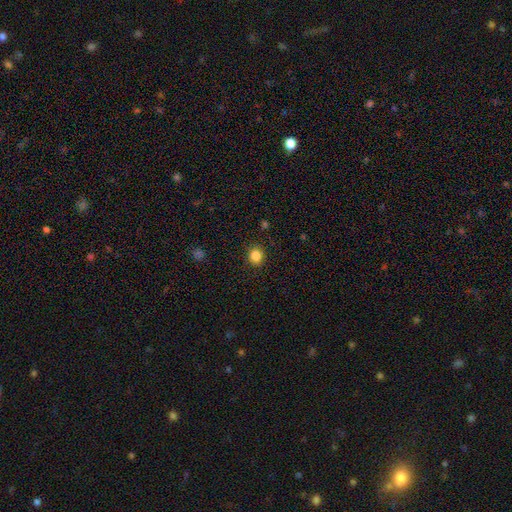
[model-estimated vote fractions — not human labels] Smooth or featured: smooth — 85% (star or artifact — 11%)
How rounded: round — 77% (in between — 22%)
Merging: none — 90% (minor disturbance — 7%)